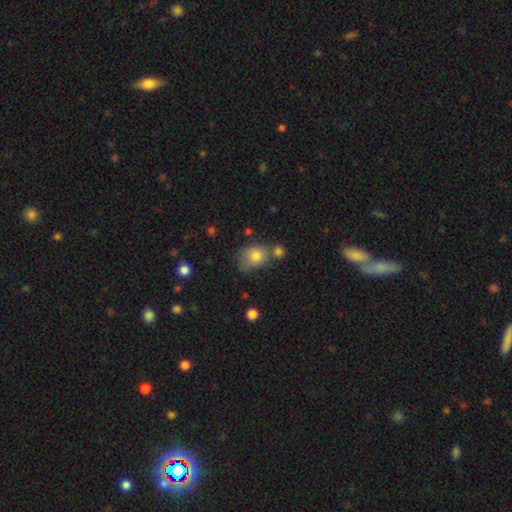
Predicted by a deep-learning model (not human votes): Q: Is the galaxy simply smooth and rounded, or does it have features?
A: smooth — 79%.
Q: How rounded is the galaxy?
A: in between — 62%.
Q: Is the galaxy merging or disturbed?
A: none — 43%.